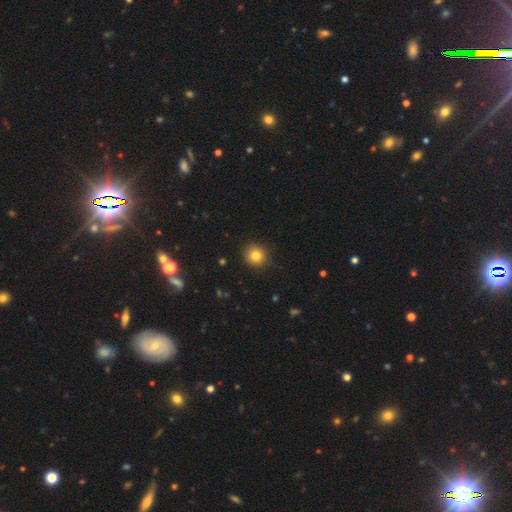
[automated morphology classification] The model was most divided on "smooth or featured": smooth: 82%, star or artifact: 11%, featured or disk: 7%. More confident: how rounded — round (93%); merging — none (90%).